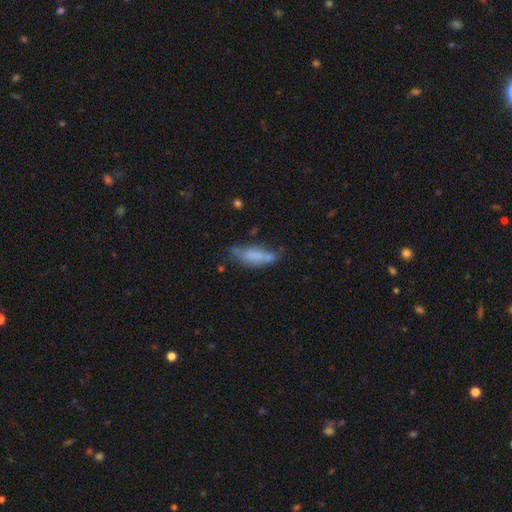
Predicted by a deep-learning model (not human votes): Smooth or featured?
  - smooth: 67% *
  - featured or disk: 24%
  - star or artifact: 9%
How rounded?
  - in between: 53% *
  - cigar-shaped: 45%
  - round: 2%
Merging?
  - none: 46% *
  - minor disturbance: 33%
  - major disturbance: 14%
  - merger: 8%